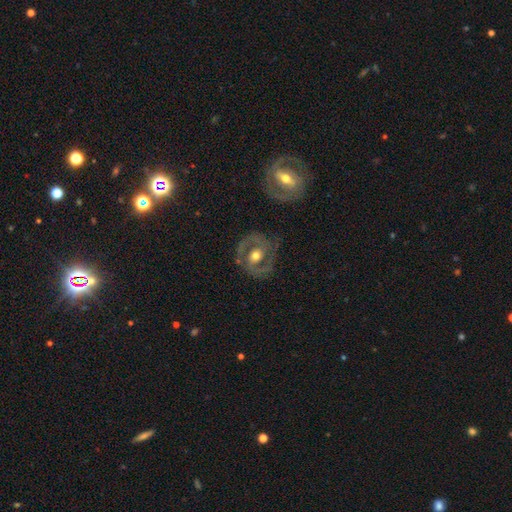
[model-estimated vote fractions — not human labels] This is likely a featured or disk galaxy (78%). It is clearly not viewed edge-on (96%). Bar: possibly no (54%). Spiral arm pattern: likely yes (78%). Spiral arm count: clearly 2 (85%). Spiral winding: possibly medium (46%). Central bulge: likely moderate (74%). Merging: likely none (76%).